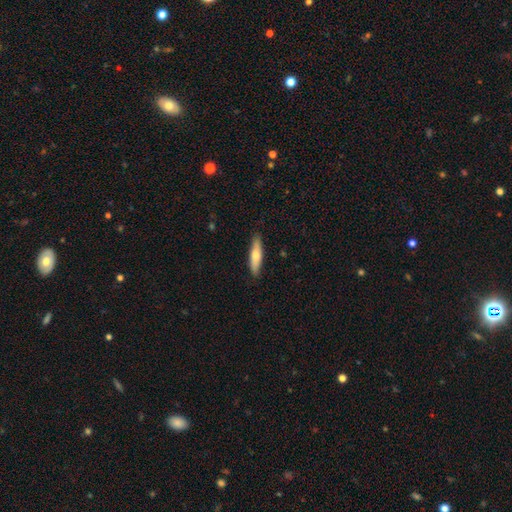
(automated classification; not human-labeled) A smooth galaxy with no disk features (67%) that is cigar-shaped (75%). Merging: none (87%).